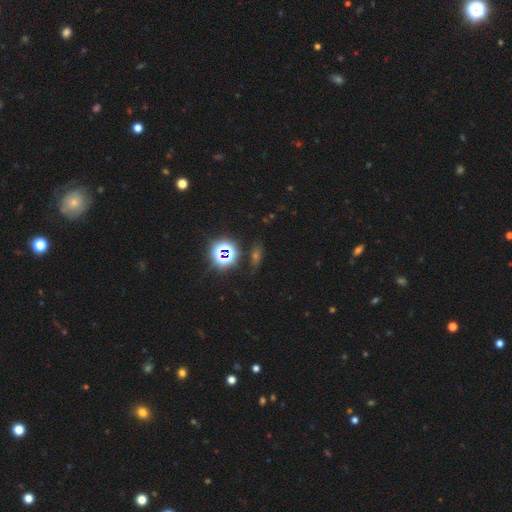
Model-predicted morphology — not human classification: Smooth or featured? star or artifact (62%)